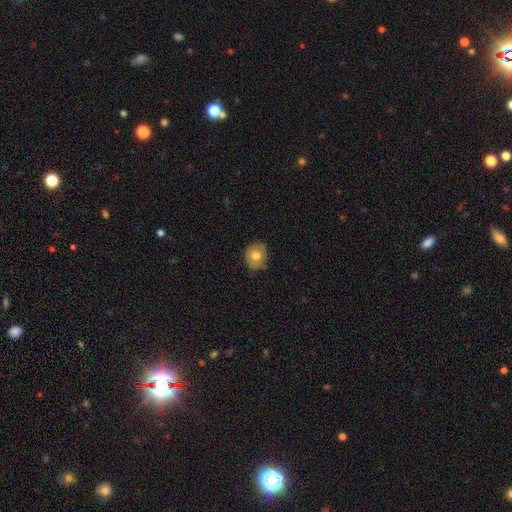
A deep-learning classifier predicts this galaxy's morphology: A smooth galaxy with no disk features (71%) that is round (74%). Merging: none (69%).